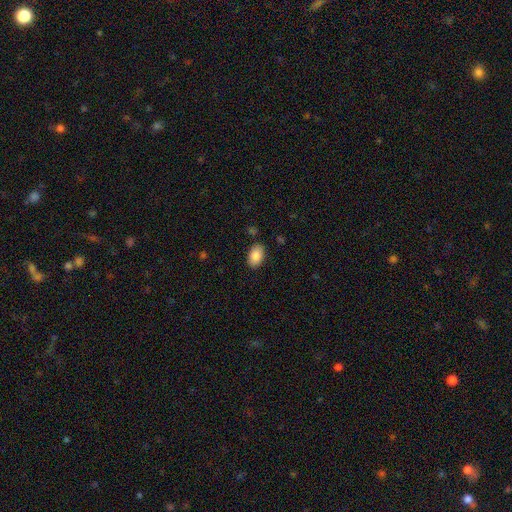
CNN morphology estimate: smooth 86%, star or artifact 7%, featured or disk 7%. Down the decision tree: how rounded — in between (92%); merging — none (86%).